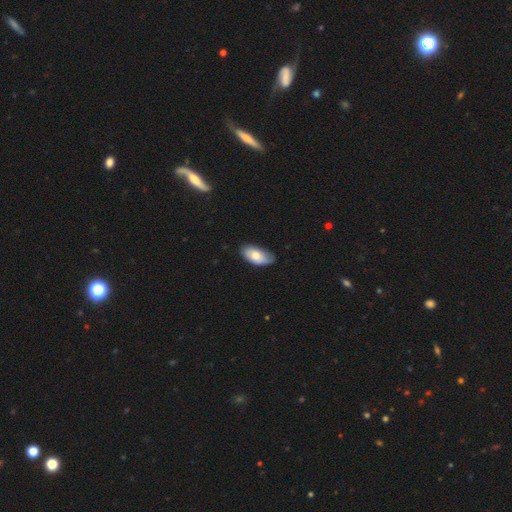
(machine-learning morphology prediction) Smooth or featured? Predicted: smooth (p=0.72). How rounded? Predicted: in between (p=0.94). Merging? Predicted: none (p=0.72).